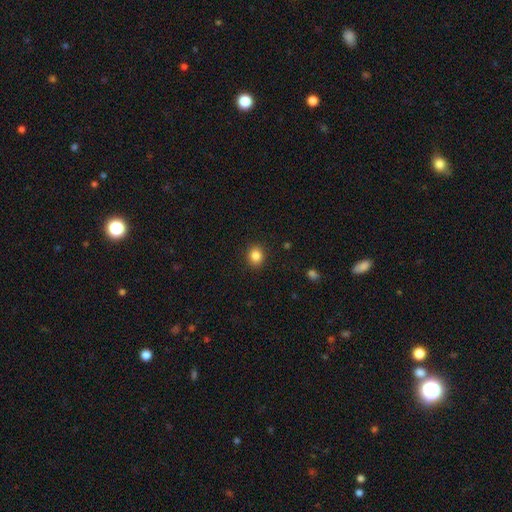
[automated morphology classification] Q: Smooth or featured?
A: smooth (85%); runner-up: star or artifact (11%)
Q: How rounded?
A: round (74%); runner-up: in between (25%)
Q: Merging?
A: none (91%); runner-up: minor disturbance (6%)